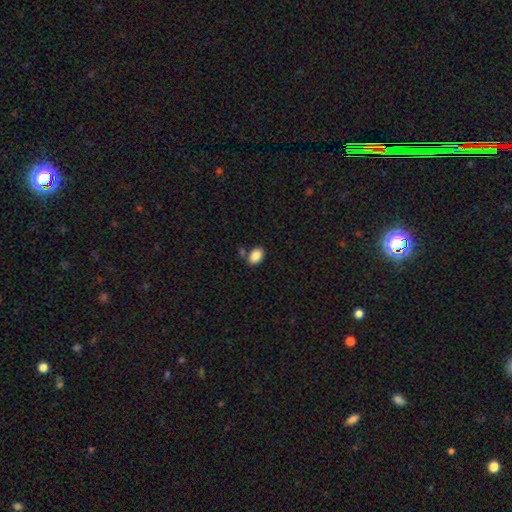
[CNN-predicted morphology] This appears to be a smooth galaxy with no disk features (88%) that is in between round and cigar-shaped (83%). Merging: none (74%).